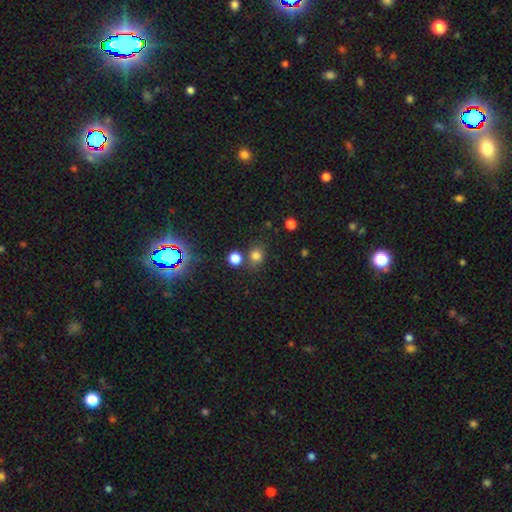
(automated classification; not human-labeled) A smooth galaxy with no disk features (76%) that is round (77%).

Vote fractions:
- Smooth or featured? smooth: 76% / star or artifact: 18% / featured or disk: 6%
- How rounded? round: 77% / in between: 22% / cigar-shaped: 1%
- Merging? none: 72% / merger: 13% / minor disturbance: 10% / major disturbance: 4%